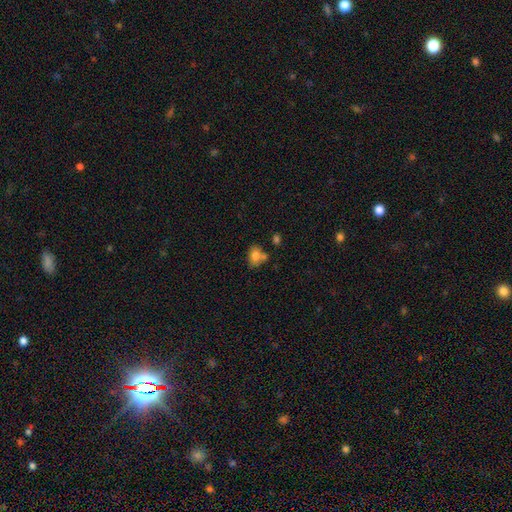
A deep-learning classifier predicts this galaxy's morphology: Smooth or featured?
  - smooth: 78% *
  - featured or disk: 12%
  - star or artifact: 10%
How rounded?
  - in between: 69% *
  - round: 29%
  - cigar-shaped: 1%
Merging?
  - none: 51% *
  - merger: 25%
  - minor disturbance: 18%
  - major disturbance: 6%